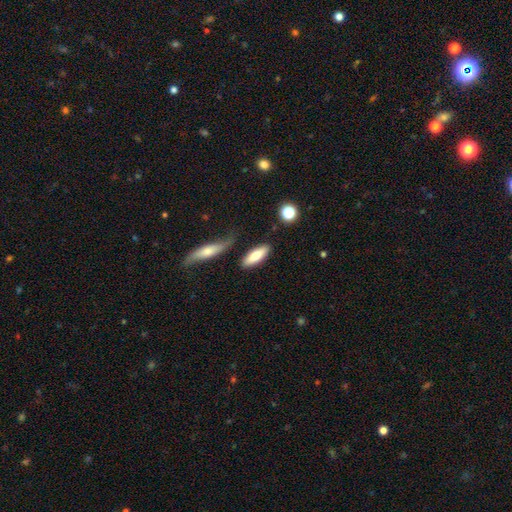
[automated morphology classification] The model was most divided on "how rounded": in between: 67%, cigar-shaped: 31%, round: 2%. More confident: smooth or featured — smooth (79%); merging — none (78%).